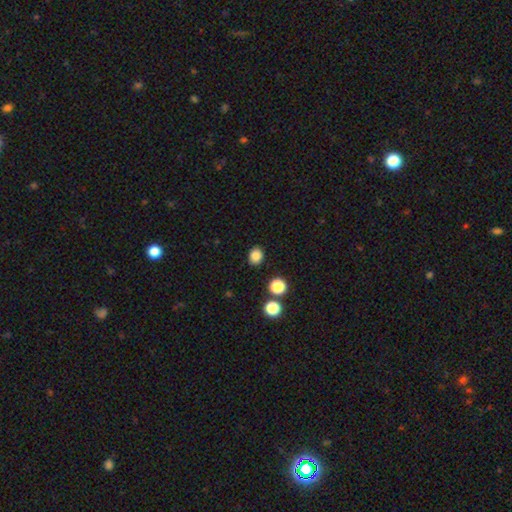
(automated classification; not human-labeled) This is clearly a smooth galaxy (84%). How rounded: likely round (61%). Merging: clearly none (88%).